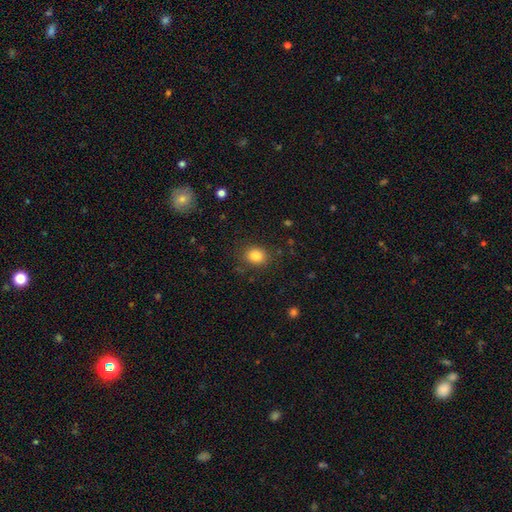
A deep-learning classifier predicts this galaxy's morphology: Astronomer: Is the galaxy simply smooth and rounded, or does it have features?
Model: smooth — 84%.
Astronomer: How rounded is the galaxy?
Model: round — 63%.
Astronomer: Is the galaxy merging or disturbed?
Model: none — 85%.